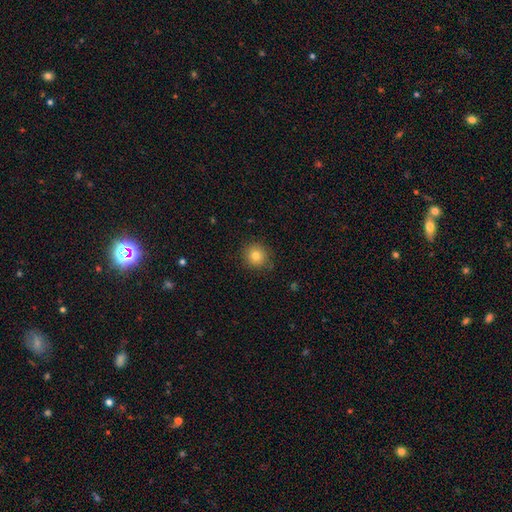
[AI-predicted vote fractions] Morphology: type=smooth (82%); roundness=round (90%); merging=none (87%).